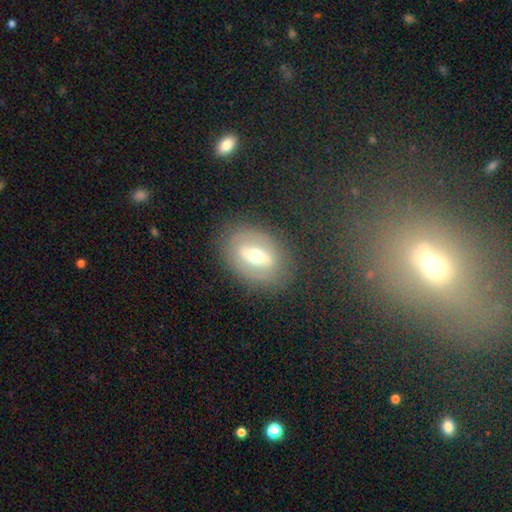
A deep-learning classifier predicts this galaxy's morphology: A featured or disk galaxy (64%) with a strong bar (50%), no spiral arms (63%) and a moderate central bulge (68%).

Vote fractions:
- Smooth or featured? featured or disk: 64% / smooth: 28% / star or artifact: 8%
- Edge-on disk? no: 87% / yes: 13%
- Bar? strong: 50% / weak: 32% / no: 18%
- Spiral arms? no: 63% / yes: 37%
- Bulge size? moderate: 68% / small: 22% / large: 8% / dominant: 1% / none: 1%
- Merging? none: 78% / minor disturbance: 13% / major disturbance: 7% / merger: 1%